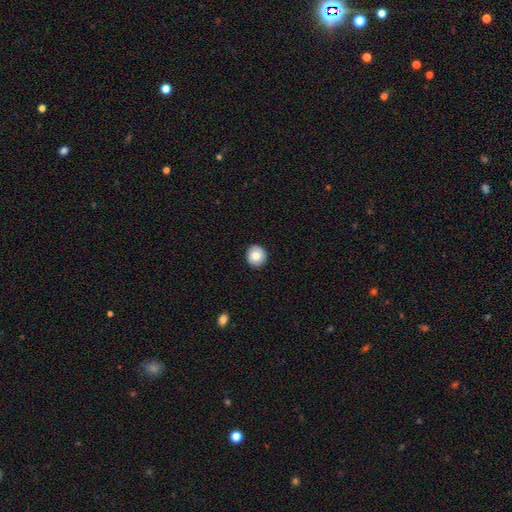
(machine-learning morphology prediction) type=smooth (81%); roundness=round (90%); merging=none (90%).